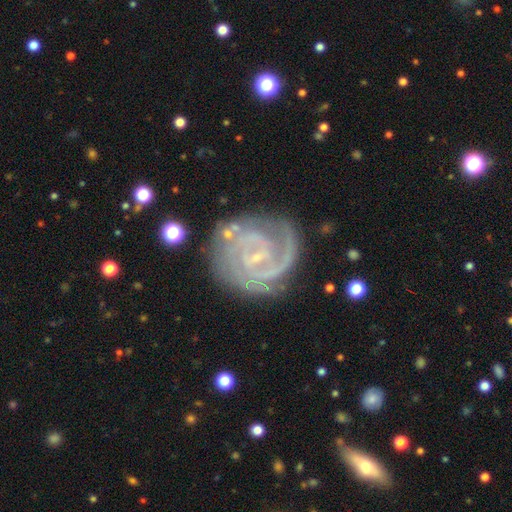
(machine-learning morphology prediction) smooth-or-featured: featured or disk: 90% | star or artifact: 5% | smooth: 4%
  disk-edge-on: no: 98% | yes: 2%
    bar: weak: 42% | no: 39% | strong: 19%
    has-spiral-arms: yes: 98% | no: 2%
      spiral-winding: tight: 71% | medium: 25% | loose: 3%
      spiral-arm-count: 2: 58% | 3: 20% | can't tell: 10% | 4: 5% | 1: 4% | more than 4: 4%
    bulge-size: small: 79% | none: 12% | moderate: 7% | large: 1% | dominant: 1%
  merging: none: 75% | minor disturbance: 16% | major disturbance: 6% | merger: 3%